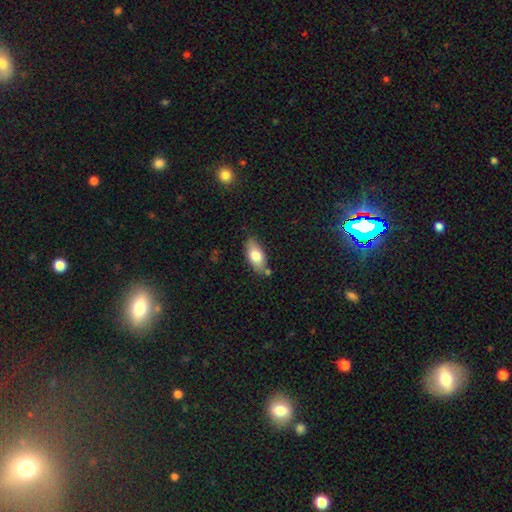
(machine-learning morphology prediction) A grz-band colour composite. It shows a smooth galaxy with no disk features (75%) that is in between round and cigar-shaped (86%). Merging: none (75%).